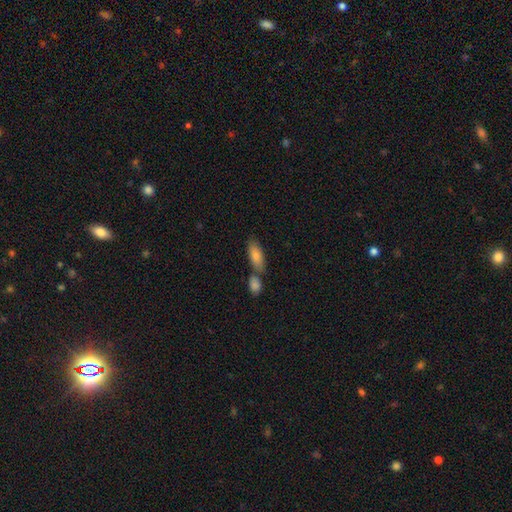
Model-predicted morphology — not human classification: Smooth or featured? smooth (79%)
How rounded? in between (73%)
Merging? none (51%)